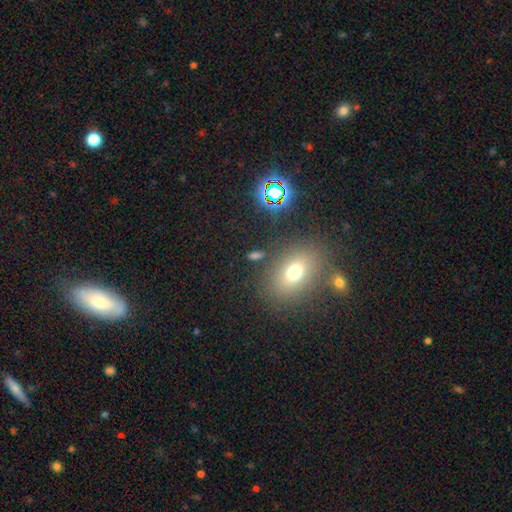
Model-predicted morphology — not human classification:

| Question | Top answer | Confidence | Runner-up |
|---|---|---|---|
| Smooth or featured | smooth | 55% | star or artifact (32%) |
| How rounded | in between | 61% | round (33%) |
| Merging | none | 78% | minor disturbance (10%) |